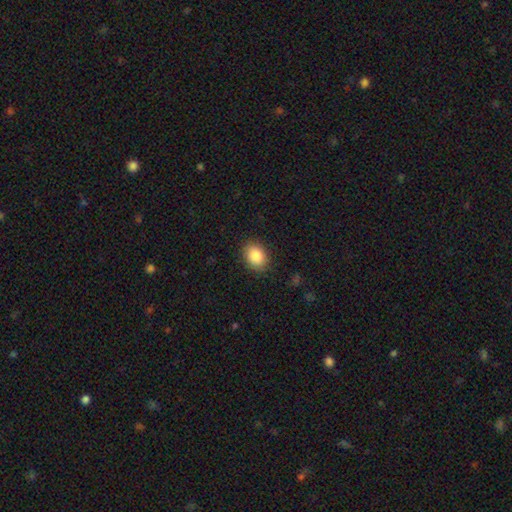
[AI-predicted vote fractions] Smooth or featured?
  - smooth: 88% *
  - star or artifact: 8%
  - featured or disk: 4%
How rounded?
  - in between: 68% *
  - round: 31%
  - cigar-shaped: 1%
Merging?
  - none: 87% *
  - minor disturbance: 9%
  - major disturbance: 3%
  - merger: 1%